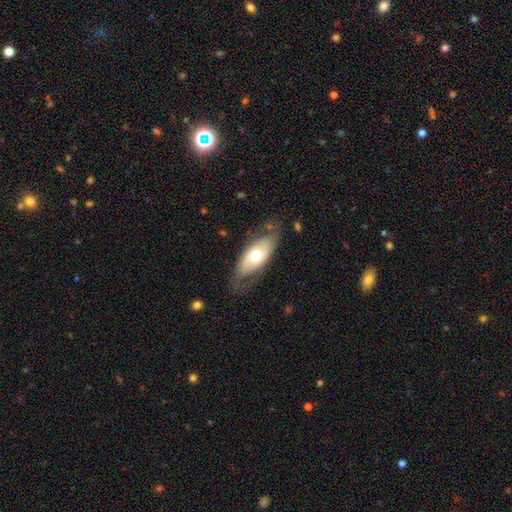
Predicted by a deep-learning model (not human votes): smooth_or_featured: featured or disk (p=0.48) [alt: smooth p=0.46]
merging: none (p=0.66) [alt: minor disturbance p=0.21]